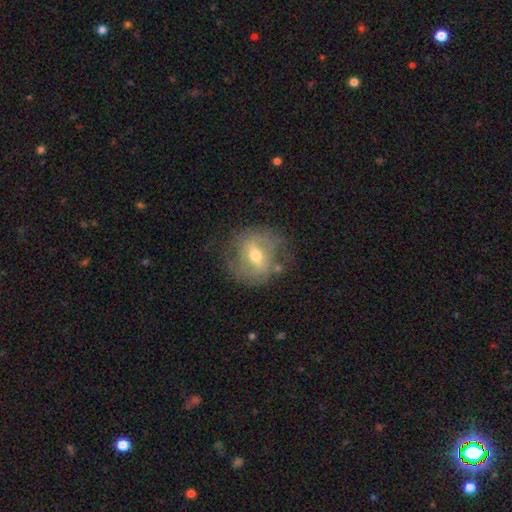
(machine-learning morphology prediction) Smooth or featured: featured or disk — 69% (smooth — 24%)
Edge-on disk: no — 93% (yes — 7%)
Bar: weak — 44% (strong — 37%)
Spiral arms: yes — 60% (no — 40%)
Bulge size: moderate — 71% (small — 23%)
Merging: none — 66% (minor disturbance — 20%)